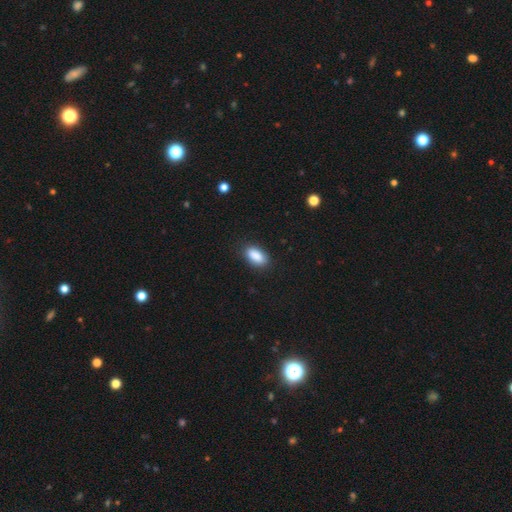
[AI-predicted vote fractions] The model was most divided on "merging": none: 87%, minor disturbance: 10%, major disturbance: 2%, merger: 1%. More confident: how rounded — in between (91%); smooth or featured — smooth (89%).